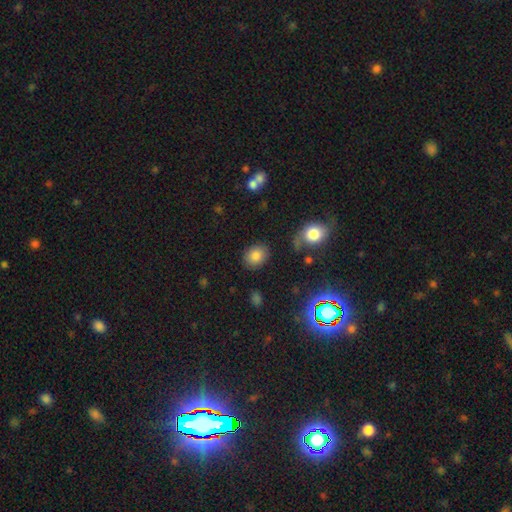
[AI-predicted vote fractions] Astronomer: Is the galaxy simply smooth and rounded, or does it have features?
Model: smooth — 82%.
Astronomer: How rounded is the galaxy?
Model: in between — 50% (runner-up: round, 49%).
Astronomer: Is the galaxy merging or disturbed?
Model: none — 84%.